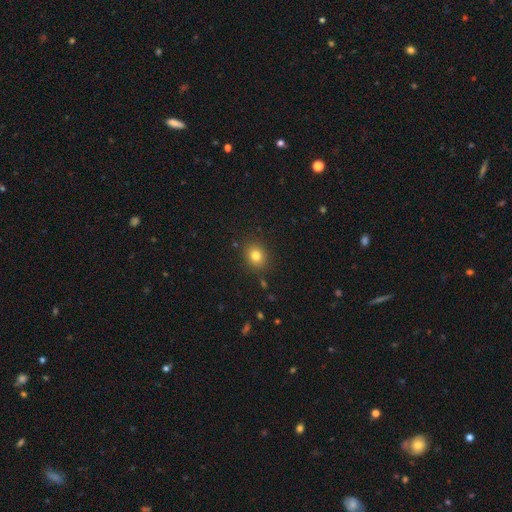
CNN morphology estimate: smooth_or_featured: smooth (p=0.81) [alt: star or artifact p=0.12]
how_rounded: round (p=0.64) [alt: in between p=0.35]
merging: none (p=0.87) [alt: minor disturbance p=0.09]